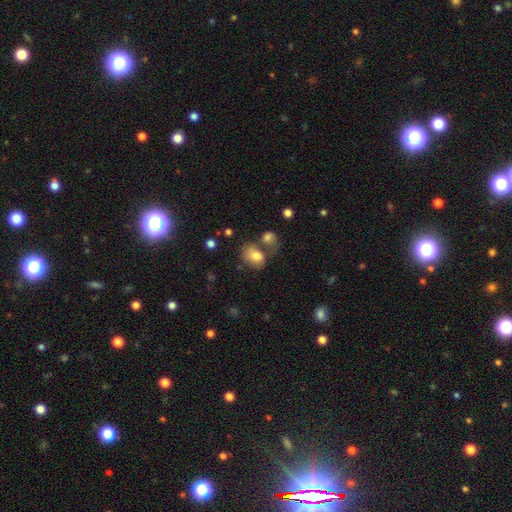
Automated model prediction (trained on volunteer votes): Smooth or featured: smooth — 78% (featured or disk — 13%)
How rounded: in between — 70% (round — 29%)
Merging: none — 40% (merger — 35%)